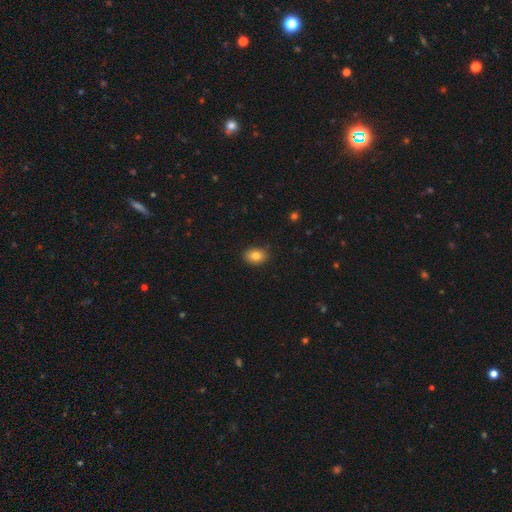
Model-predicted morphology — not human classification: Smooth or featured? smooth (83%)
How rounded? in between (69%)
Merging? none (87%)